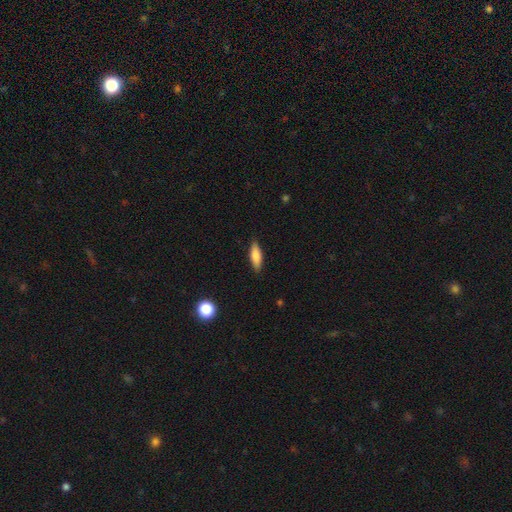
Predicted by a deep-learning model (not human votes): Overall: smooth (77%). How rounded: cigar-shaped (52%; in between 46%). Merging: none (87%).